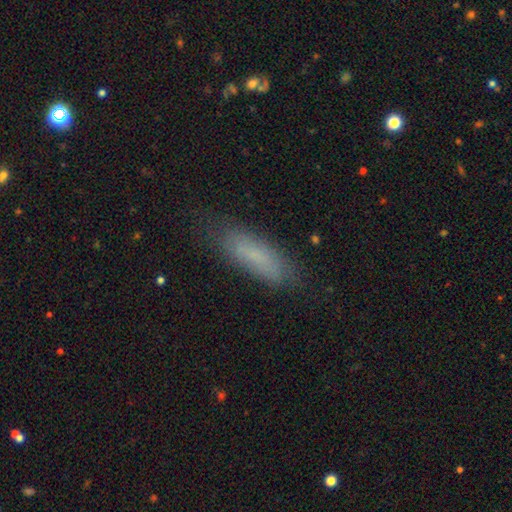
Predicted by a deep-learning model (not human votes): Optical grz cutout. It shows a smooth galaxy with no disk features (74%) that is cigar-shaped (53%). Merging: none (78%).